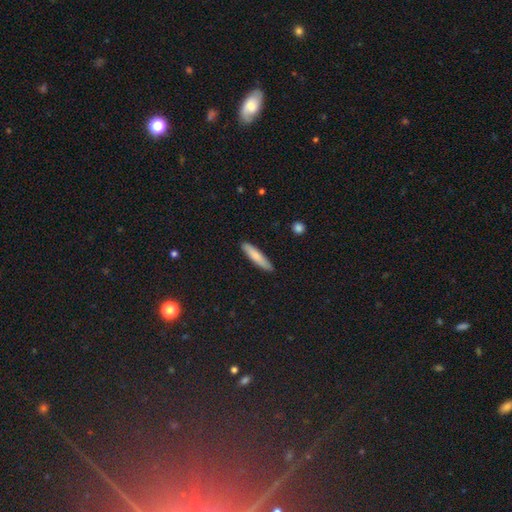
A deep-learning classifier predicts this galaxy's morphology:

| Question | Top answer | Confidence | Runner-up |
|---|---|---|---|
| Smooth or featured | smooth | 79% | featured or disk (15%) |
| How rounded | cigar-shaped | 86% | in between (13%) |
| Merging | none | 89% | minor disturbance (8%) |